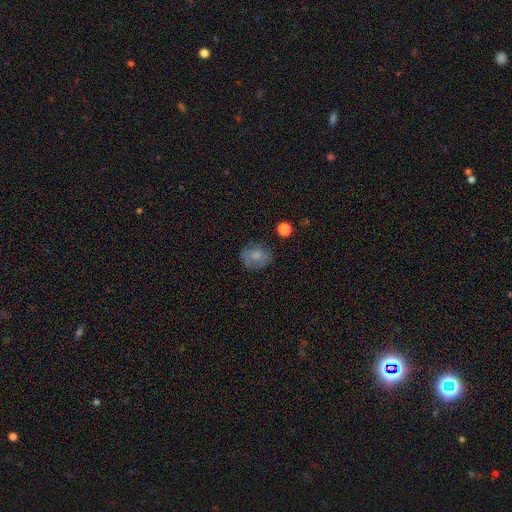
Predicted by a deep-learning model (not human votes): Overall: smooth (69%). How rounded: round (66%; in between 33%). Merging: none (67%).